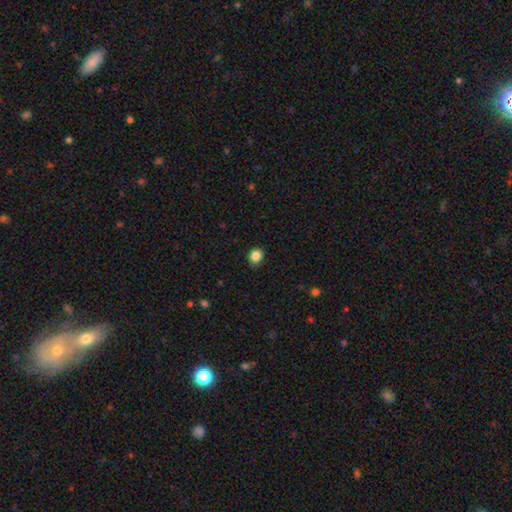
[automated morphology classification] Overall: smooth (86%). How rounded: round (79%). Merging: none (90%).